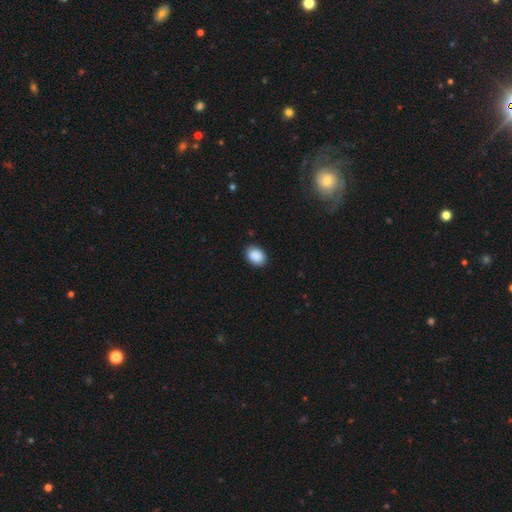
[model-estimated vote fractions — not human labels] The model was most divided on "how rounded": in between: 77%, round: 22%, cigar-shaped: 1%. More confident: smooth or featured — smooth (91%); merging — none (89%).